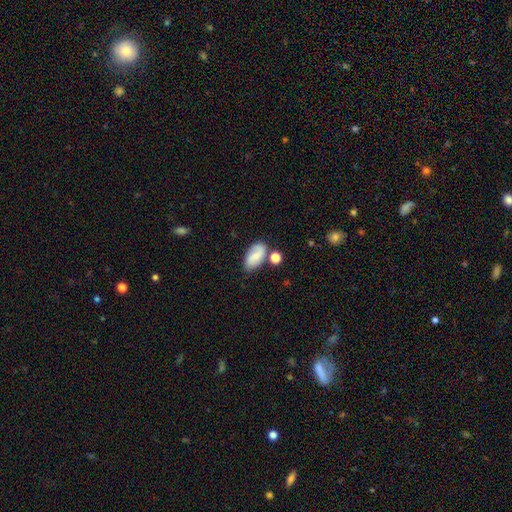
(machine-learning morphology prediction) smooth_or_featured: smooth (p=0.61) [alt: featured or disk p=0.30]
how_rounded: in between (p=0.91) [alt: round p=0.06]
merging: none (p=0.60) [alt: minor disturbance p=0.20]